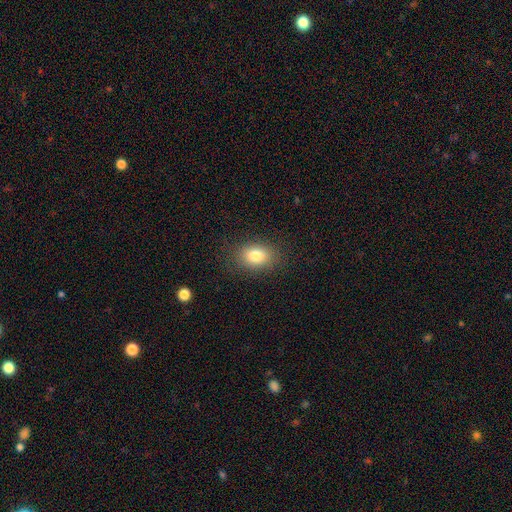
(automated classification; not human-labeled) Smooth or featured? Predicted: smooth (p=0.81). How rounded? Predicted: in between (p=0.72). Merging? Predicted: none (p=0.86).